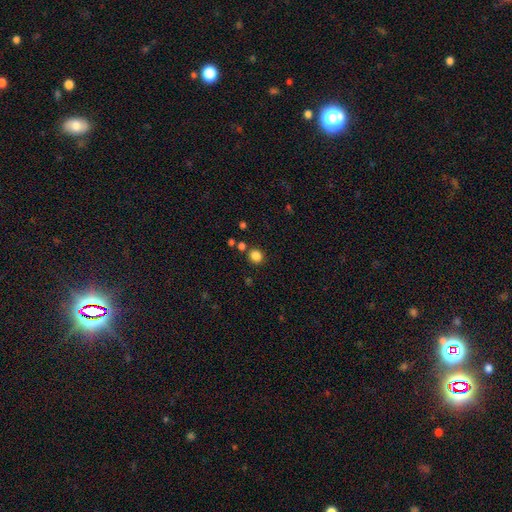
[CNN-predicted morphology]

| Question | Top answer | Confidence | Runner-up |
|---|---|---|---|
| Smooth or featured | smooth | 83% | star or artifact (13%) |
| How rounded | round | 88% | in between (11%) |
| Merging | none | 83% | minor disturbance (7%) |